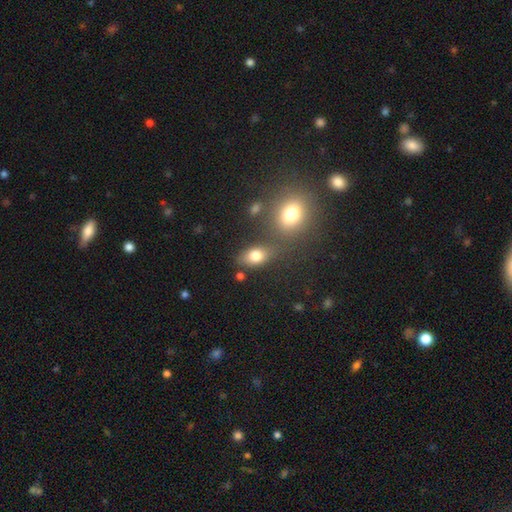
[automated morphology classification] smooth-or-featured: smooth: 78% | star or artifact: 12% | featured or disk: 11%
  how-rounded: in between: 78% | round: 19% | cigar-shaped: 3%
  merging: none: 61% | merger: 17% | minor disturbance: 16% | major disturbance: 6%